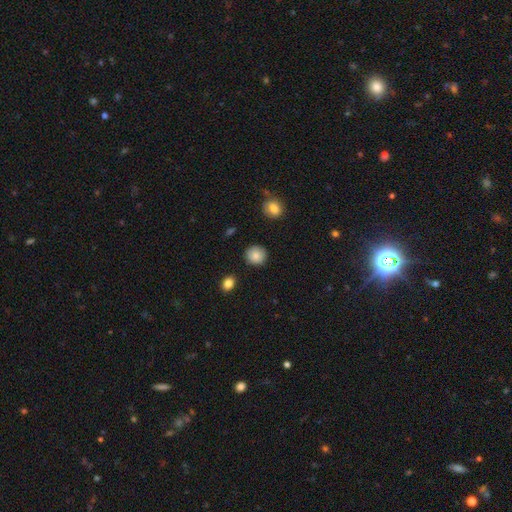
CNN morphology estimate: smooth 86%, star or artifact 9%, featured or disk 5%. Down the decision tree: how rounded — round (89%); merging — none (89%).